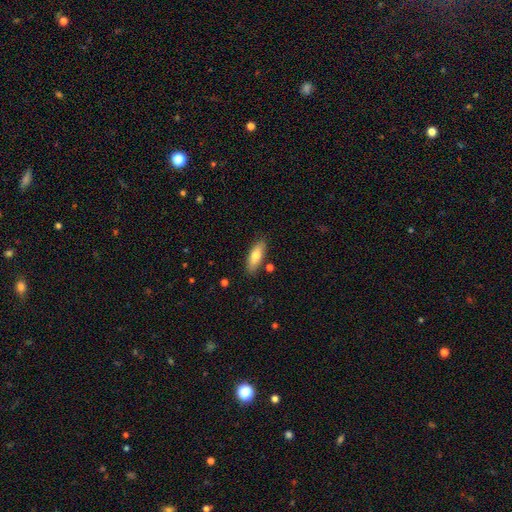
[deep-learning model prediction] smooth 75%, featured or disk 18%, star or artifact 6%. Down the decision tree: how rounded — in between (66%); merging — none (84%).